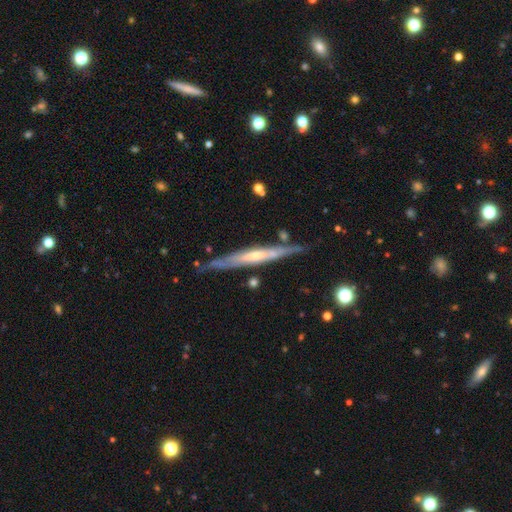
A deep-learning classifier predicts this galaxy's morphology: featured or disk 73%, smooth 22%, star or artifact 5%. Down the decision tree: edge-on disk — yes (89%); edge-on bulge — none (46%); merging — none (78%).